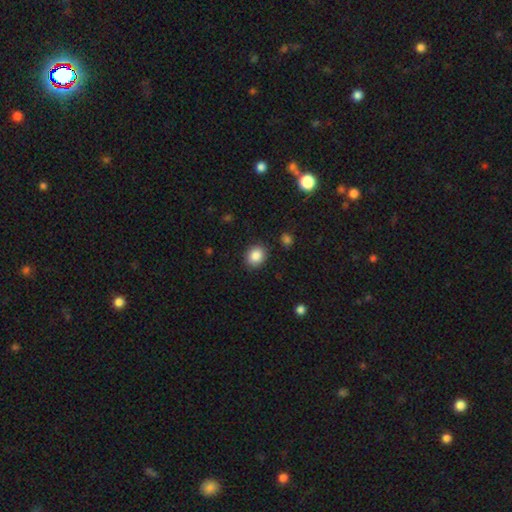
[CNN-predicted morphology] Smooth or featured: smooth — 86% (star or artifact — 9%)
How rounded: round — 64% (in between — 35%)
Merging: none — 89% (minor disturbance — 7%)